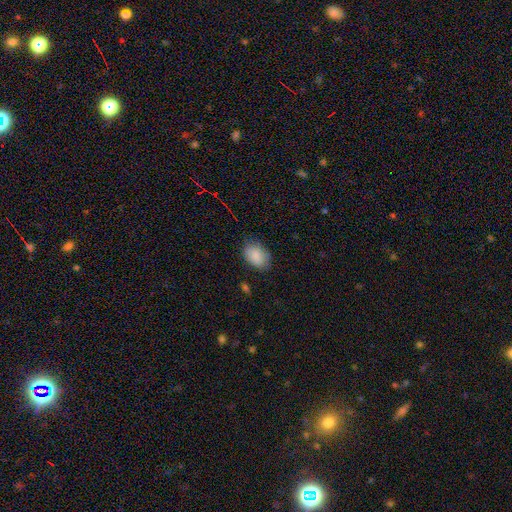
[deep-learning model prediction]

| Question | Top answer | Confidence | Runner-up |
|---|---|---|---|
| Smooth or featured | smooth | 88% | star or artifact (7%) |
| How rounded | in between | 82% | round (17%) |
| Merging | none | 76% | minor disturbance (18%) |